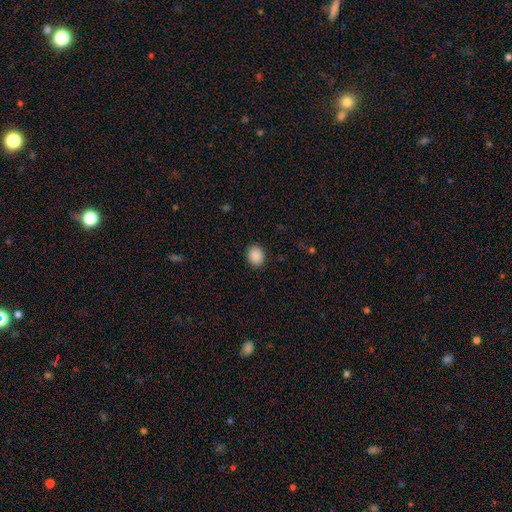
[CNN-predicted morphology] This appears to be a smooth galaxy with no disk features (90%) that is round (57%). Merging: none (90%).